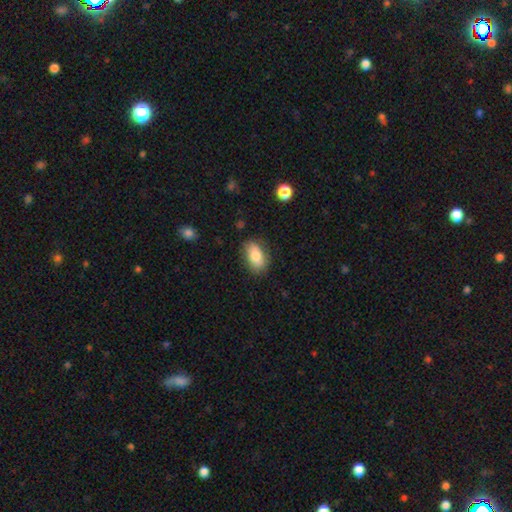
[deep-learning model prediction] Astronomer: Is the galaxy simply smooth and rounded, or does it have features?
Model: smooth — 81%.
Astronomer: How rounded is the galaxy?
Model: in between — 90%.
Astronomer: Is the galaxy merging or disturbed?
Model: none — 81%.